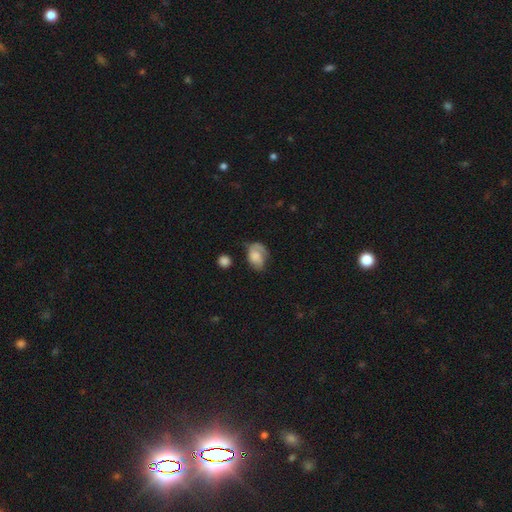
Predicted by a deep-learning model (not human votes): smooth 56%, featured or disk 36%, star or artifact 8%. Down the decision tree: how rounded — in between (77%); merging — none (37%).